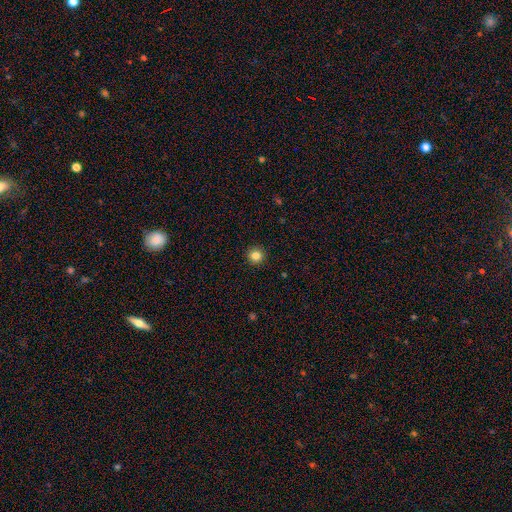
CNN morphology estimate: Overall: smooth (84%). How rounded: round (95%). Merging: none (93%).